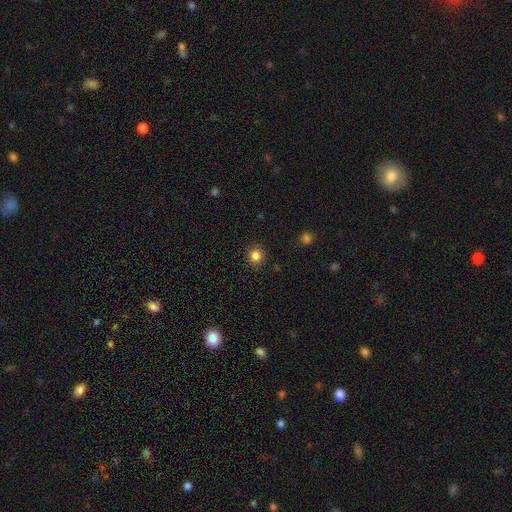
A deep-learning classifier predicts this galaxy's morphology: The model was most divided on "smooth or featured": smooth: 83%, star or artifact: 12%, featured or disk: 5%. More confident: merging — none (91%); how rounded — round (87%).